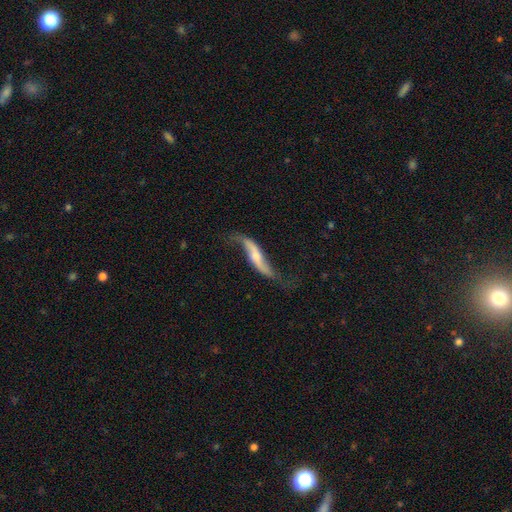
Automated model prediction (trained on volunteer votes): This appears to be a featured or disk galaxy (80%) with no bar (45%), 2 (91%) loose (94%) spiral arms (92%) and a small central bulge (50%). Merging: none (59%).